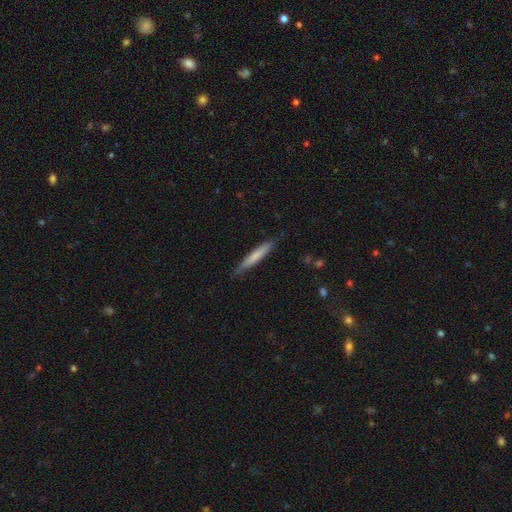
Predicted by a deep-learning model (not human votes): smooth-or-featured: smooth: 71% | featured or disk: 24% | star or artifact: 5%
  how-rounded: cigar-shaped: 94% | in between: 5% | round: 1%
  merging: none: 84% | minor disturbance: 13% | major disturbance: 2% | merger: 1%